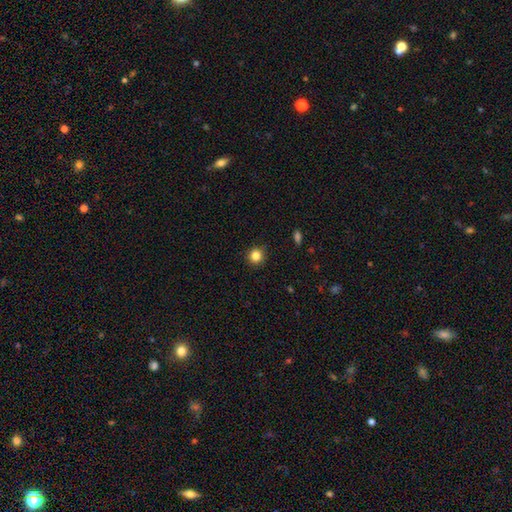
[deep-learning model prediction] A smooth galaxy with no disk features (84%) that is round (93%).

Vote fractions:
- Smooth or featured? smooth: 84% / star or artifact: 12% / featured or disk: 5%
- How rounded? round: 93% / in between: 6% / cigar-shaped: 1%
- Merging? none: 89% / minor disturbance: 8% / major disturbance: 2% / merger: 1%